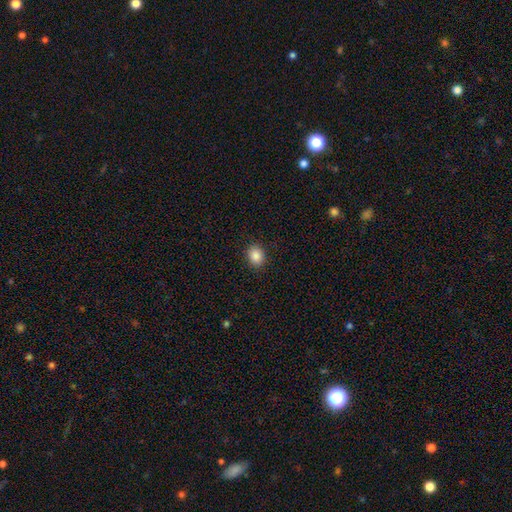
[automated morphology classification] This is clearly a smooth galaxy (87%). How rounded: possibly in between (50%). Merging: clearly none (90%).